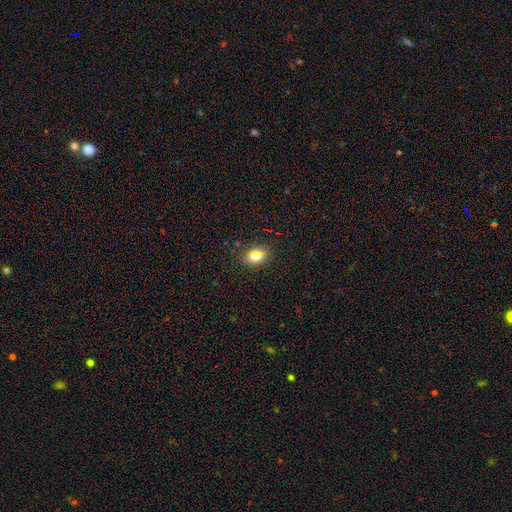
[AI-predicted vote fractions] A smooth galaxy with no disk features (68%) that is in between round and cigar-shaped (63%).

Vote fractions:
- Smooth or featured? smooth: 68% / star or artifact: 22% / featured or disk: 10%
- How rounded? in between: 63% / round: 33% / cigar-shaped: 4%
- Merging? none: 88% / minor disturbance: 8% / major disturbance: 3% / merger: 1%